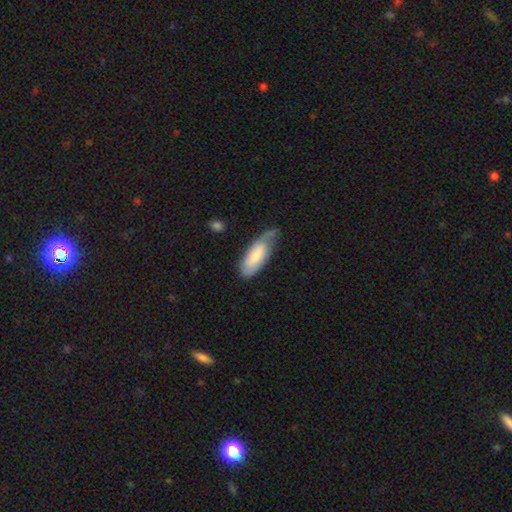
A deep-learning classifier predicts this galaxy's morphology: This is likely a smooth galaxy (64%). How rounded: likely in between (78%). Merging: marginally none (44%).